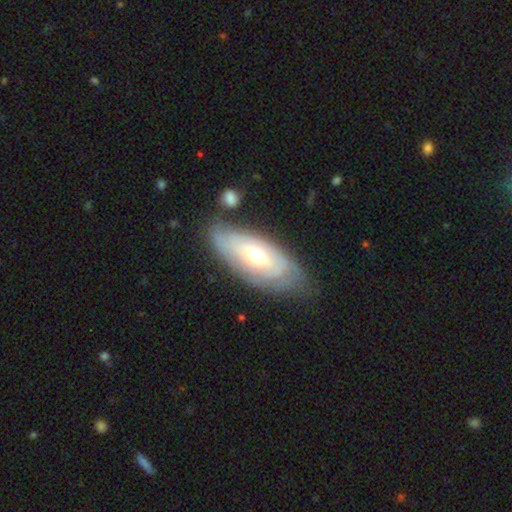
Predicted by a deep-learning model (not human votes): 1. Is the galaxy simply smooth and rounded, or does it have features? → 56% featured or disk, 38% smooth, 6% star or artifact.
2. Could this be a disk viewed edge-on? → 83% no, 17% yes.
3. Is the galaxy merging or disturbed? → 64% none, 23% minor disturbance, 8% major disturbance, 5% merger.